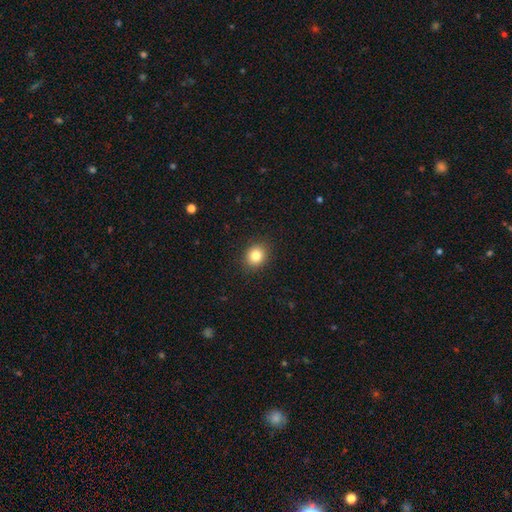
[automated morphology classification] This is clearly a smooth galaxy (82%). How rounded: likely round (69%). Merging: clearly none (90%).